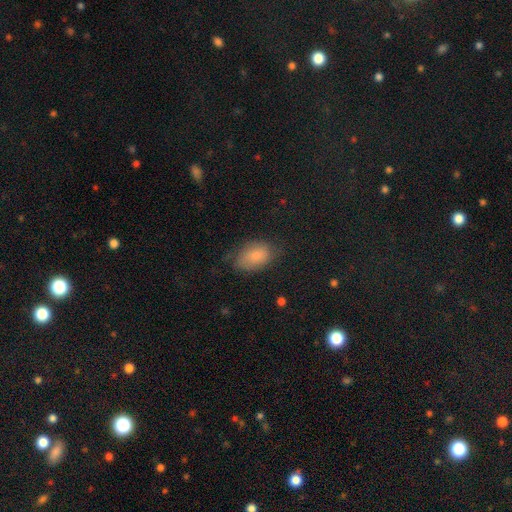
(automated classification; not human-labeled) Smooth or featured? smooth (83%)
How rounded? in between (90%)
Merging? none (68%)